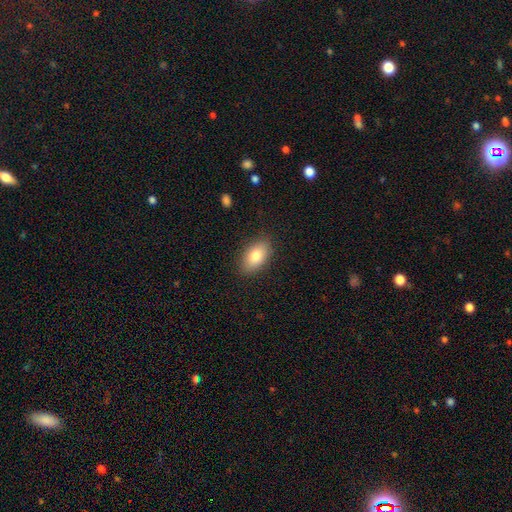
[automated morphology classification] smooth_or_featured: smooth (p=0.81) [alt: featured or disk p=0.12]
how_rounded: in between (p=0.91) [alt: round p=0.06]
merging: none (p=0.86) [alt: minor disturbance p=0.10]